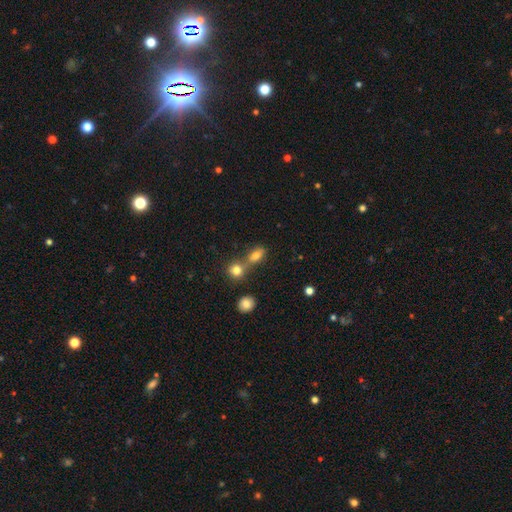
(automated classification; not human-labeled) smooth_or_featured: smooth (p=0.76) [alt: star or artifact p=0.13]
how_rounded: in between (p=0.67) [alt: round p=0.27]
merging: none (p=0.44) [alt: merger p=0.42]